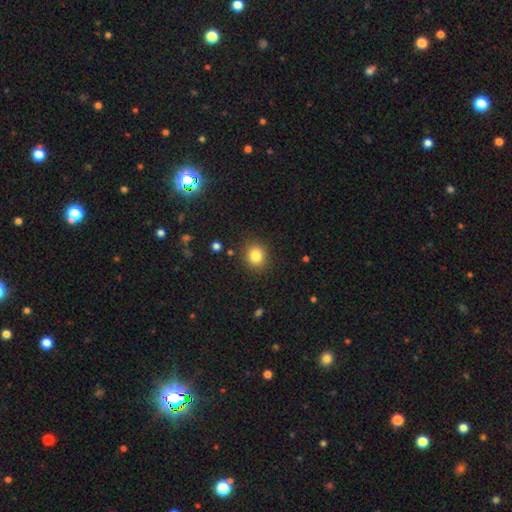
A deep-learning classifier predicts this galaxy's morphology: This is clearly a smooth galaxy (83%). How rounded: likely round (73%). Merging: clearly none (88%).